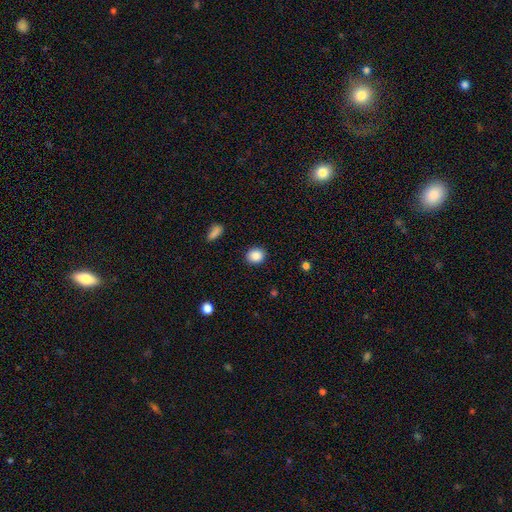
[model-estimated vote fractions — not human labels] Smooth or featured? Predicted: smooth (p=0.88). How rounded? Predicted: round (p=0.72). Merging? Predicted: none (p=0.89).